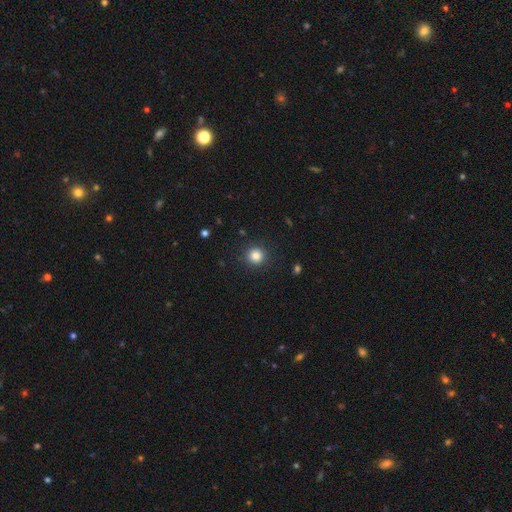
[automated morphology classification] Smooth or featured: smooth — 84% (star or artifact — 12%)
How rounded: round — 93% (in between — 6%)
Merging: none — 90% (minor disturbance — 6%)